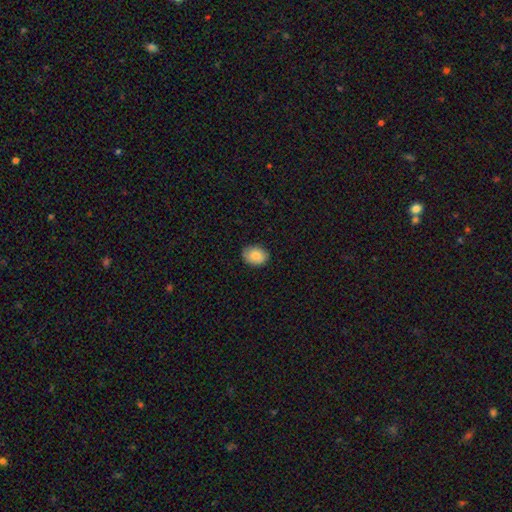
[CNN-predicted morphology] type=smooth (83%); roundness=in between (62%); merging=none (84%).